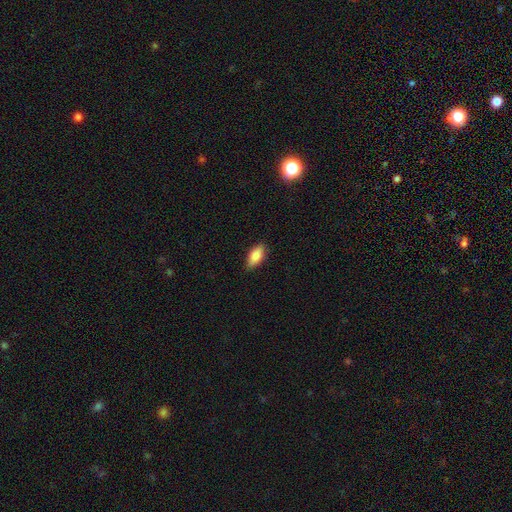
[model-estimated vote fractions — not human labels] smooth 85%, featured or disk 9%, star or artifact 7%. Down the decision tree: how rounded — in between (88%); merging — none (83%).